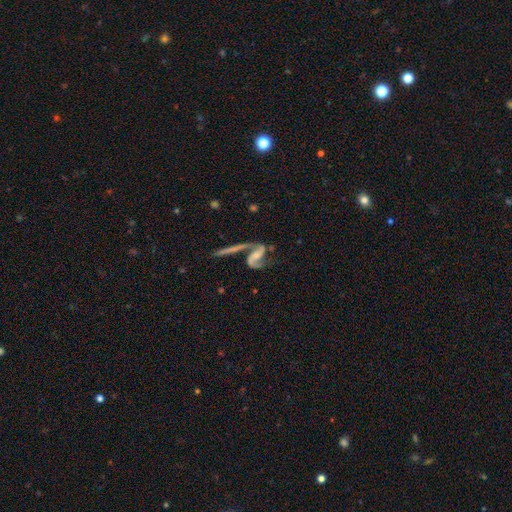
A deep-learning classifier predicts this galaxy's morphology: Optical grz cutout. It shows a featured or disk galaxy (87%) with no bar (43%), 2 (87%) loose (52%) spiral arms (95%) and a small central bulge (50%). Merging: none (47%).